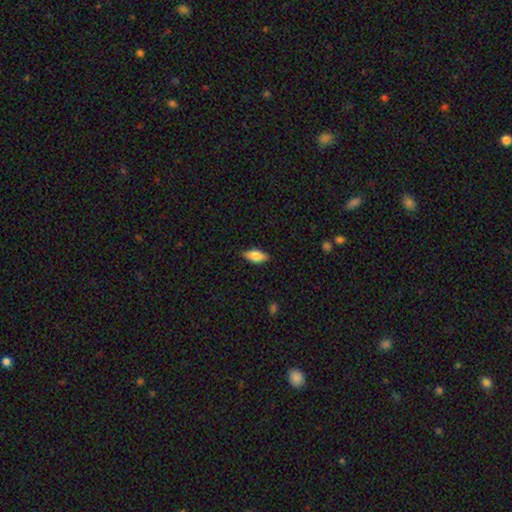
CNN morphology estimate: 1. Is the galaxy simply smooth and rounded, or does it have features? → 71% smooth, 22% featured or disk, 7% star or artifact.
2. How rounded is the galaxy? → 84% in between, 13% cigar-shaped, 3% round.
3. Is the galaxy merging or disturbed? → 85% none, 12% minor disturbance, 2% major disturbance, 1% merger.